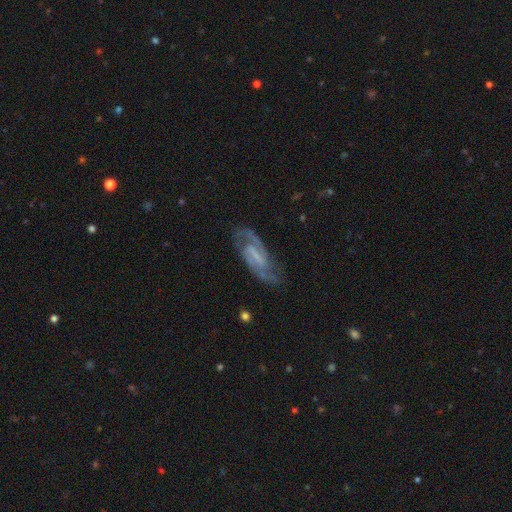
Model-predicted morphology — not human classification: A featured or disk galaxy (87%) with a weak bar (44%), 2 (90%) medium (54%) spiral arms (96%) and no central bulge (52%). Merging: none (77%).